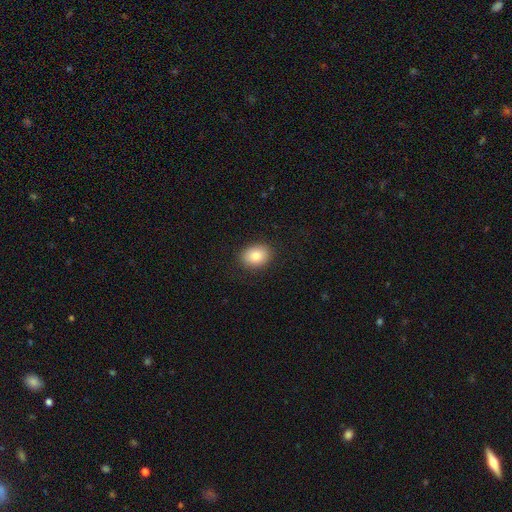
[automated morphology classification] This is clearly a smooth galaxy (84%). How rounded: possibly in between (58%). Merging: clearly none (88%).